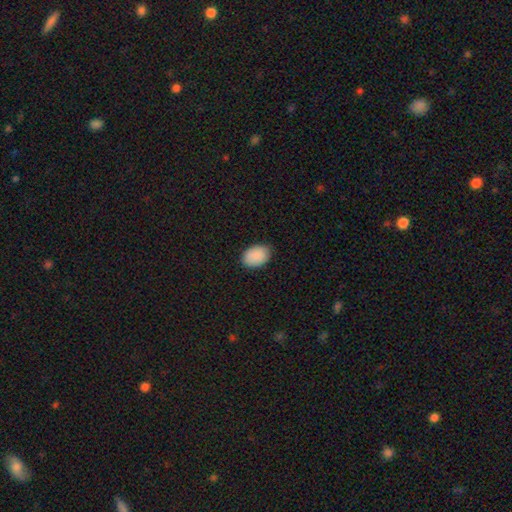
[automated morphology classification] This appears to be a smooth galaxy with no disk features (90%) that is in between round and cigar-shaped (82%). Merging: none (82%).